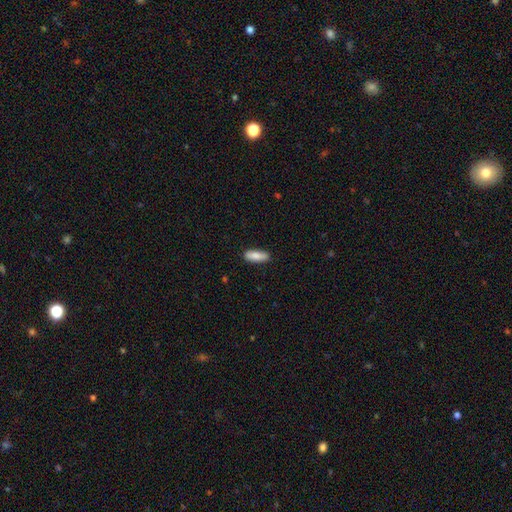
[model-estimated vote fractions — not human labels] A smooth galaxy with no disk features (83%) that is in between round and cigar-shaped (65%). Merging: none (87%).